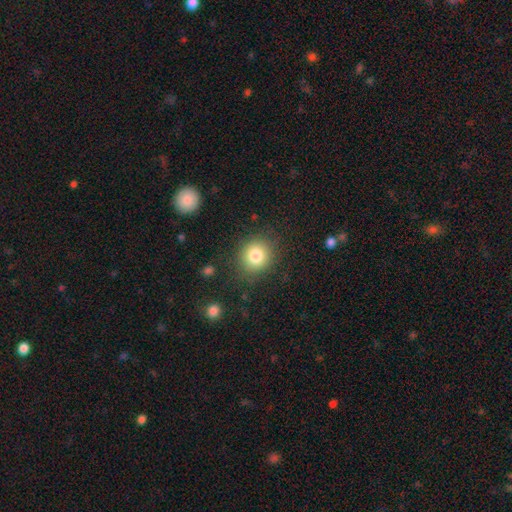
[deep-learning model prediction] smooth 81%, star or artifact 11%, featured or disk 8%. Down the decision tree: how rounded — round (80%); merging — none (85%).